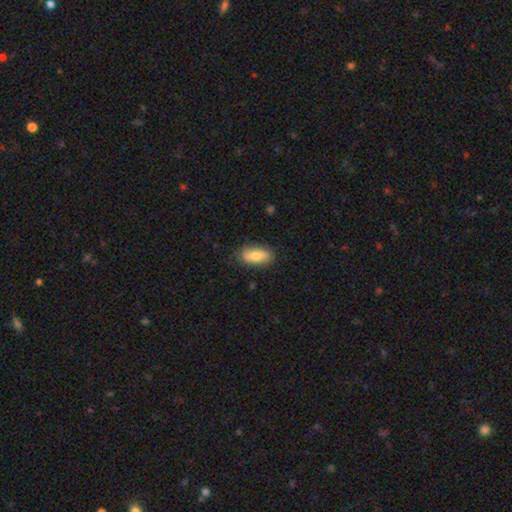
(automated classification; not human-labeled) The model was most divided on "smooth or featured": smooth: 76%, featured or disk: 18%, star or artifact: 6%. More confident: how rounded — in between (86%); merging — none (80%).